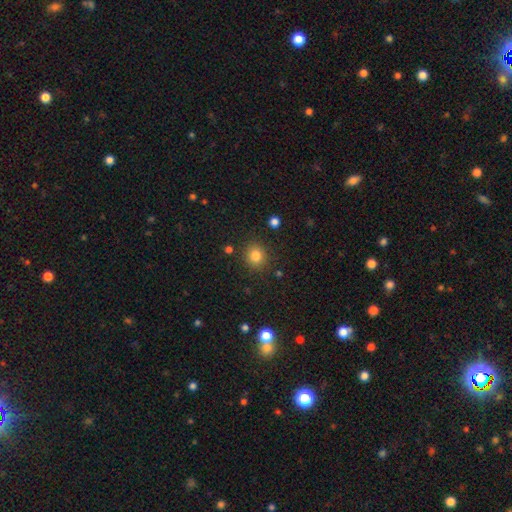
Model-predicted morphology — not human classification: Smooth or featured: smooth — 82% (star or artifact — 13%)
How rounded: round — 85% (in between — 14%)
Merging: none — 87% (minor disturbance — 8%)